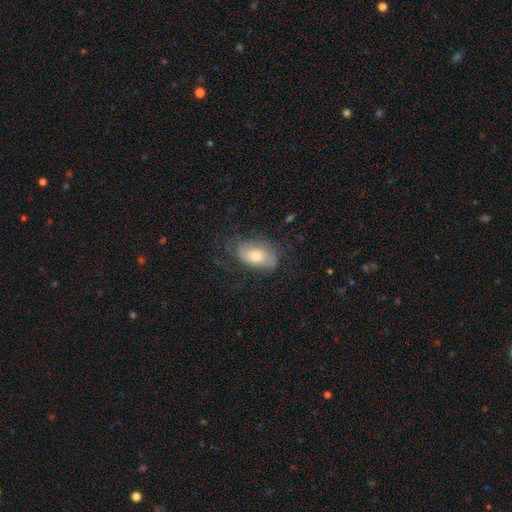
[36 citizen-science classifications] Smooth or featured: featured or disk — 61% (smooth — 36%)
Edge-on disk: no — 91% (yes — 9%)
Bar: no — 85% (weak — 15%)
Spiral arms: yes — 65% (no — 35%)
Spiral winding: tight — 46% (loose — 31%)
Spiral arm count: can't tell — 54% (2 — 15%)
Bulge size: moderate — 75% (large — 15%)
Merging: none — 60% (minor disturbance — 23%)